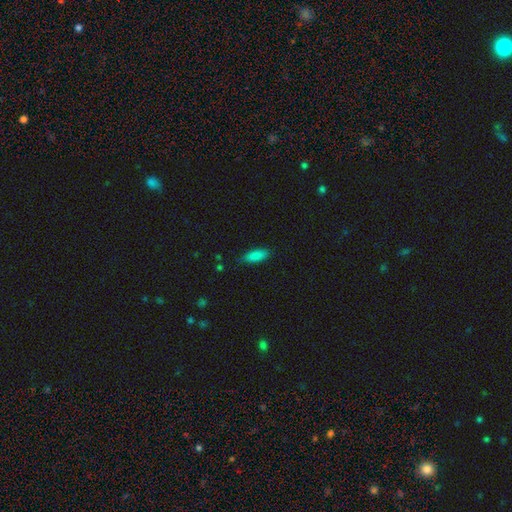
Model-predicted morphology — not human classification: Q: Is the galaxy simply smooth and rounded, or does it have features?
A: smooth — 87%.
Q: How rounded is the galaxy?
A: in between — 72%.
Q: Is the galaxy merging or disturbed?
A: none — 81%.